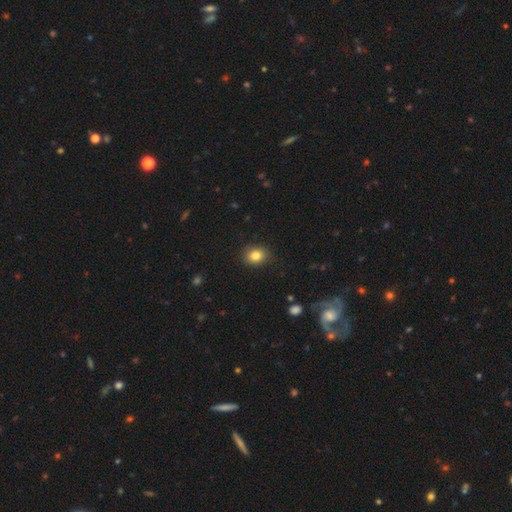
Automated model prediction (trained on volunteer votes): smooth-or-featured: smooth: 83% | star or artifact: 10% | featured or disk: 6%
  how-rounded: round: 53% | in between: 46% | cigar-shaped: 1%
  merging: none: 85% | minor disturbance: 11% | major disturbance: 2% | merger: 1%